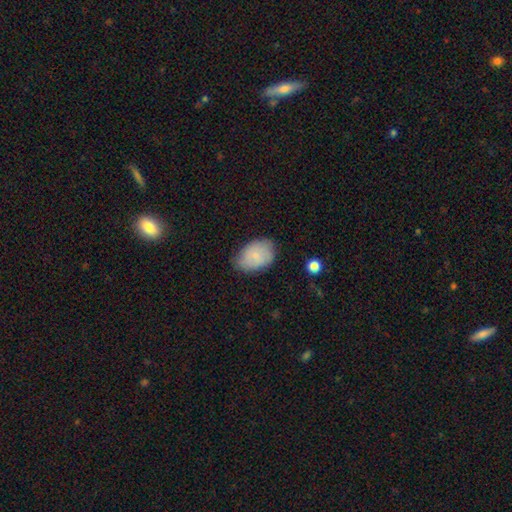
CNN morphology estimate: Smooth or featured? smooth (71%)
How rounded? in between (84%)
Merging? none (67%)